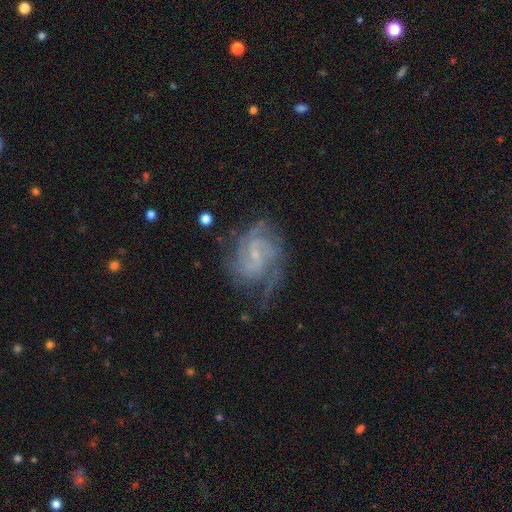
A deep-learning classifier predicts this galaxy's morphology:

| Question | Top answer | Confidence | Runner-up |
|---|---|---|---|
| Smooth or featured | featured or disk | 87% | smooth (7%) |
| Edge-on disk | no | 98% | yes (2%) |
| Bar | weak | 47% | no (44%) |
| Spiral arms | yes | 96% | no (4%) |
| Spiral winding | tight | 47% | medium (43%) |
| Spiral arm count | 2 | 34% | 3 (23%) |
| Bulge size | small | 78% | moderate (14%) |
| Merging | none | 63% | minor disturbance (21%) |